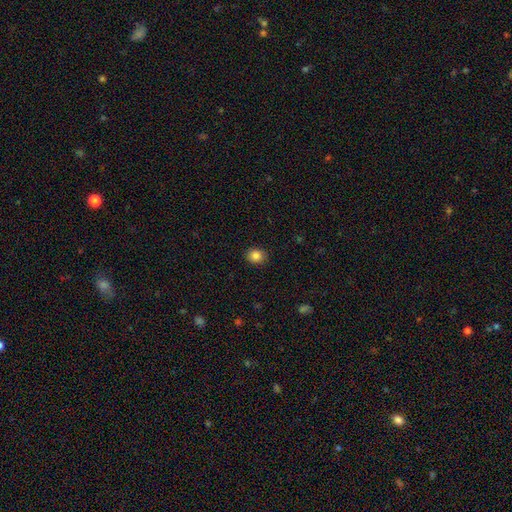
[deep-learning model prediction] Smooth or featured? Predicted: smooth (p=0.84). How rounded? Predicted: round (p=0.66). Merging? Predicted: none (p=0.89).